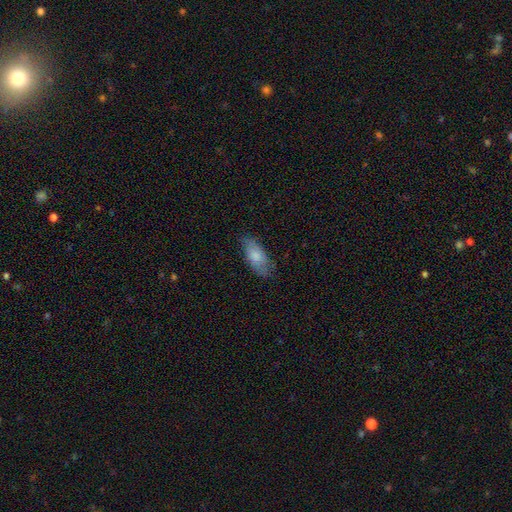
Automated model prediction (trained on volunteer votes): Overall: smooth (77%). How rounded: in between (84%). Merging: none (74%).